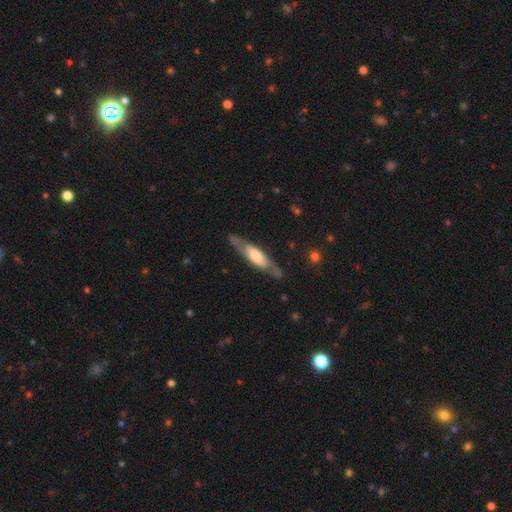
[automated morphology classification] Smooth or featured? featured or disk (63%)
Edge-on disk? yes (52%)
Merging? none (79%)